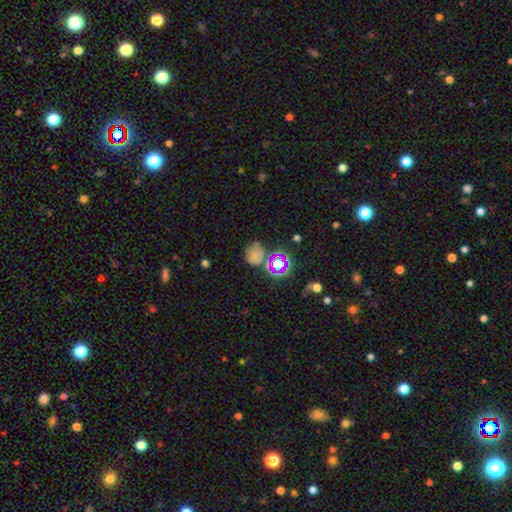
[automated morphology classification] A smooth galaxy with no disk features (55%) that is round (69%). Merging: none (58%).